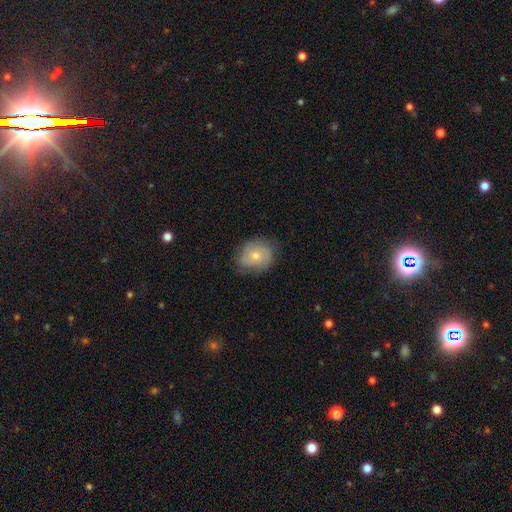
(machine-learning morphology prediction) This is likely a smooth galaxy (60%). How rounded: possibly round (57%). Merging: likely none (70%).